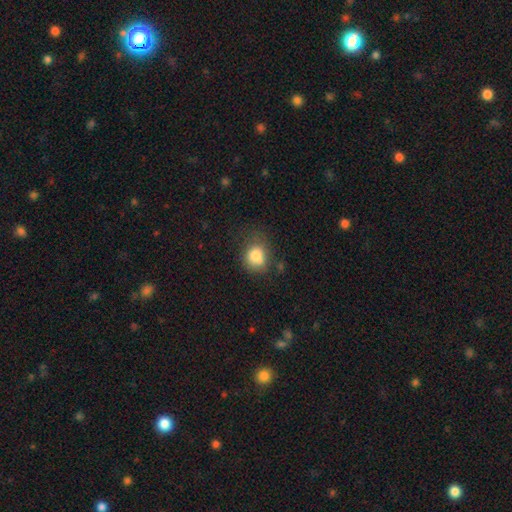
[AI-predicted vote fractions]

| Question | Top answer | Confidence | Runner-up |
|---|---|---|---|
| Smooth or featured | smooth | 79% | featured or disk (11%) |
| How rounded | round | 60% | in between (39%) |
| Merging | none | 49% | minor disturbance (26%) |